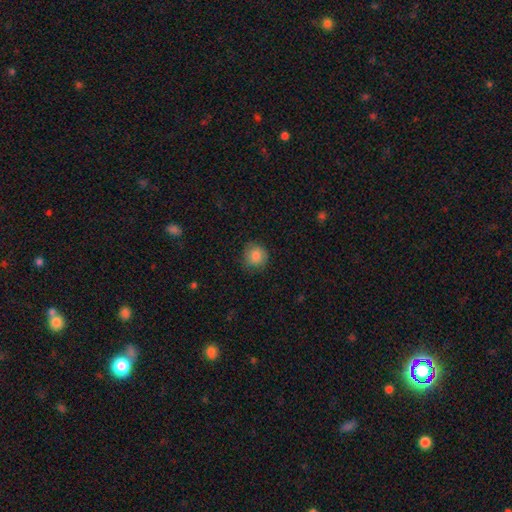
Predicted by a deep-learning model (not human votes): A smooth galaxy with no disk features (85%) that is round (89%).

Vote fractions:
- Smooth or featured? smooth: 85% / star or artifact: 9% / featured or disk: 7%
- How rounded? round: 89% / in between: 10% / cigar-shaped: 1%
- Merging? none: 82% / minor disturbance: 14% / major disturbance: 3% / merger: 1%